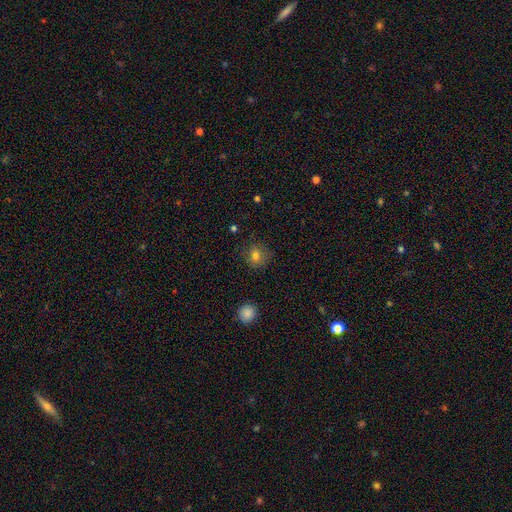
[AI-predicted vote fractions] A smooth galaxy with no disk features (77%) that is round (81%). Merging: none (82%).